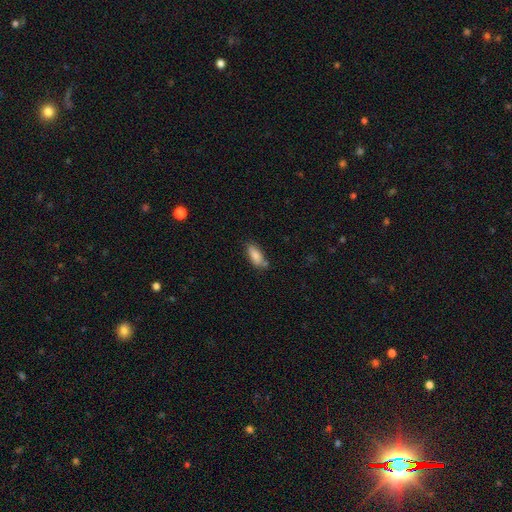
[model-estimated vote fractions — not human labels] A smooth galaxy with no disk features (82%) that is in between round and cigar-shaped (82%).

Vote fractions:
- Smooth or featured? smooth: 82% / featured or disk: 10% / star or artifact: 7%
- How rounded? in between: 82% / cigar-shaped: 15% / round: 2%
- Merging? none: 67% / minor disturbance: 20% / merger: 9% / major disturbance: 4%